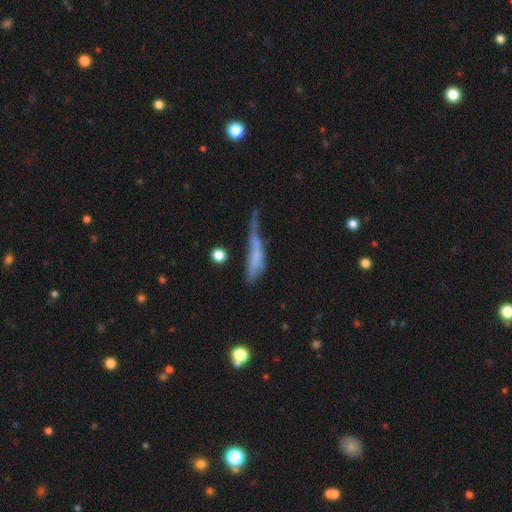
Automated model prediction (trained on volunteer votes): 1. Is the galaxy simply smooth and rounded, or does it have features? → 51% smooth, 37% featured or disk, 12% star or artifact.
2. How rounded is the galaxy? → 70% cigar-shaped, 26% in between, 4% round.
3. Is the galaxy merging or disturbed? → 42% major disturbance, 26% minor disturbance, 22% none, 11% merger.